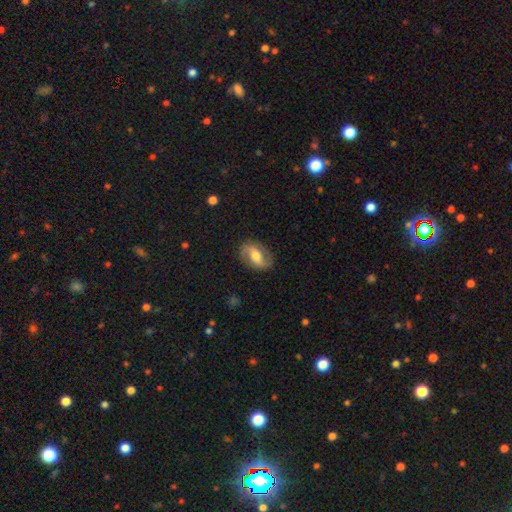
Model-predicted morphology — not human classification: The model was most divided on "spiral winding": loose: 42%, medium: 40%, tight: 19%. Remaining: edge-on disk — no (95%); spiral arm count — 2 (89%); merging — none (83%); spiral arms — yes (82%); bulge size — moderate (68%); smooth or featured — featured or disk (67%); bar — weak (42%).